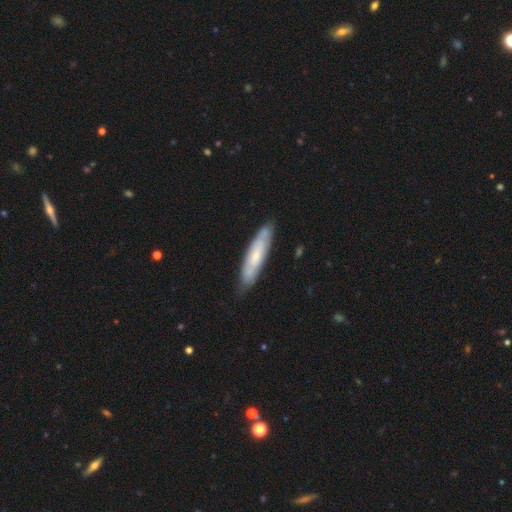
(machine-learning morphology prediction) Smooth or featured?
  - featured or disk: 48% *
  - smooth: 47%
  - star or artifact: 6%
Merging?
  - none: 78% *
  - minor disturbance: 17%
  - major disturbance: 3%
  - merger: 2%